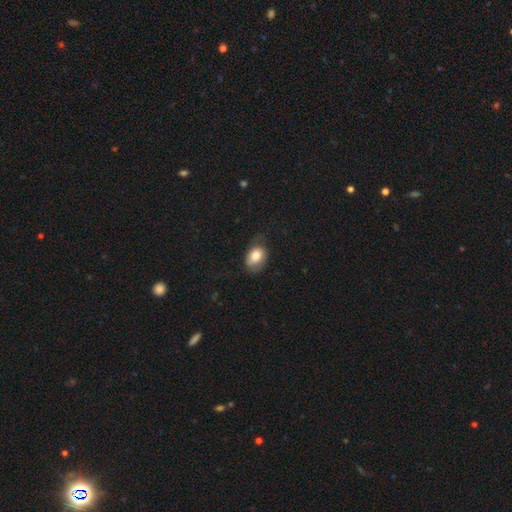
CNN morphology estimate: Smooth or featured?
  - smooth: 79% *
  - featured or disk: 13%
  - star or artifact: 7%
How rounded?
  - in between: 81% *
  - round: 18%
  - cigar-shaped: 1%
Merging?
  - none: 60% *
  - minor disturbance: 28%
  - major disturbance: 11%
  - merger: 1%